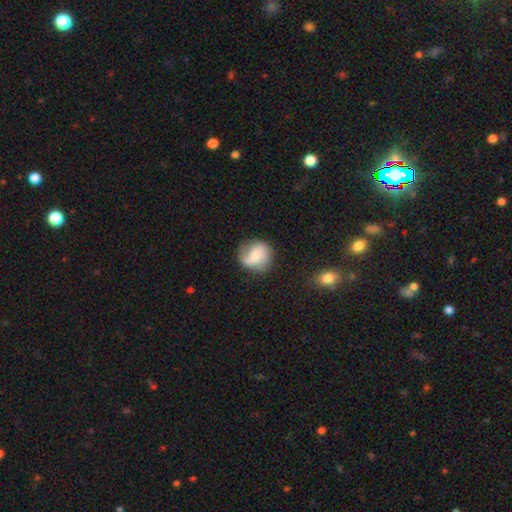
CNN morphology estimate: smooth-or-featured: featured or disk: 47% | smooth: 45% | star or artifact: 8%
  merging: none: 68% | minor disturbance: 21% | major disturbance: 9% | merger: 2%